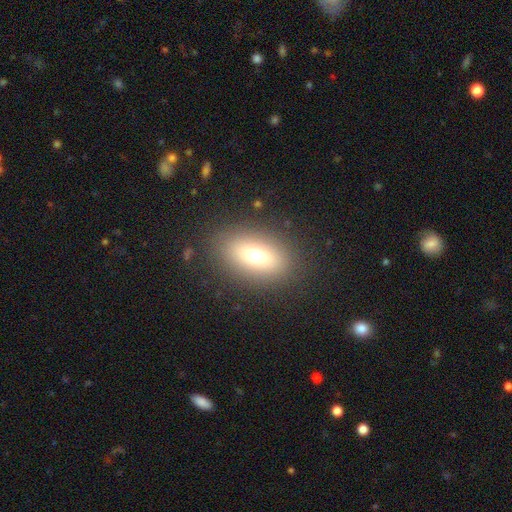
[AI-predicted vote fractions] smooth 69%, featured or disk 19%, star or artifact 12%. Down the decision tree: how rounded — in between (80%); merging — none (86%).